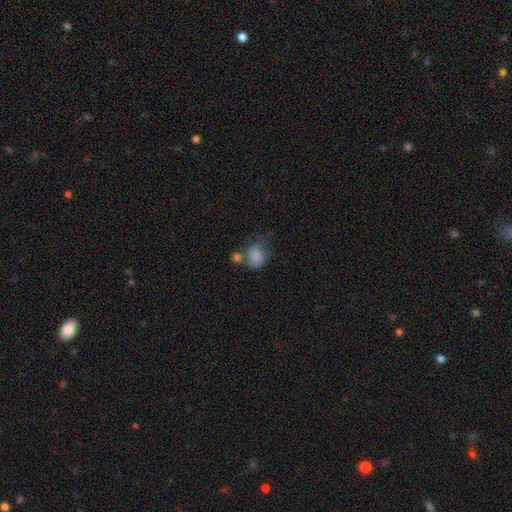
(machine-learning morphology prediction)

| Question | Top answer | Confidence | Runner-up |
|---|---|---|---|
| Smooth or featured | smooth | 81% | featured or disk (10%) |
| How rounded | round | 52% | in between (47%) |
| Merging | none | 36% | merger (26%) |